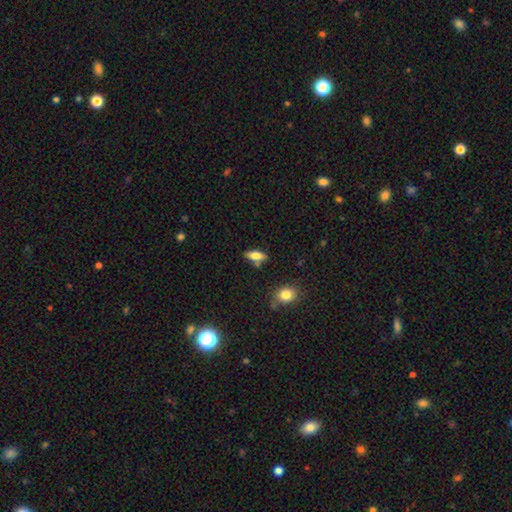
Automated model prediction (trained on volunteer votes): A smooth galaxy with no disk features (63%) that is in between round and cigar-shaped (74%). Merging: none (74%).